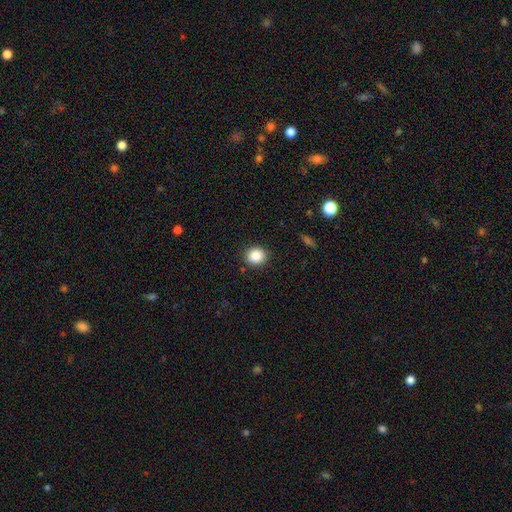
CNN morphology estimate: This appears to be a smooth galaxy with no disk features (87%) that is round (81%). Merging: none (90%).